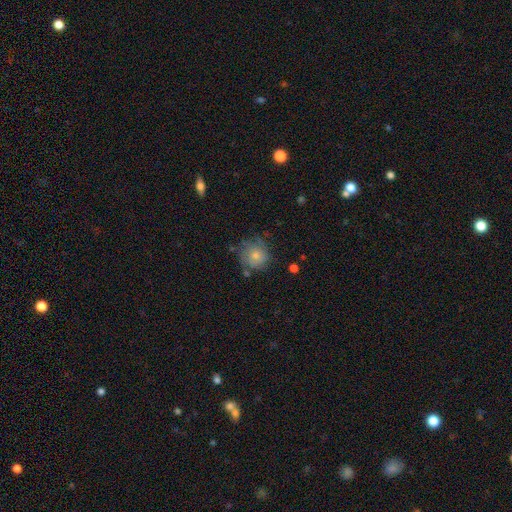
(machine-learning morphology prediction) Q: Smooth or featured?
A: smooth (68%); runner-up: featured or disk (23%)
Q: How rounded?
A: round (90%); runner-up: in between (9%)
Q: Merging?
A: none (65%); runner-up: minor disturbance (23%)